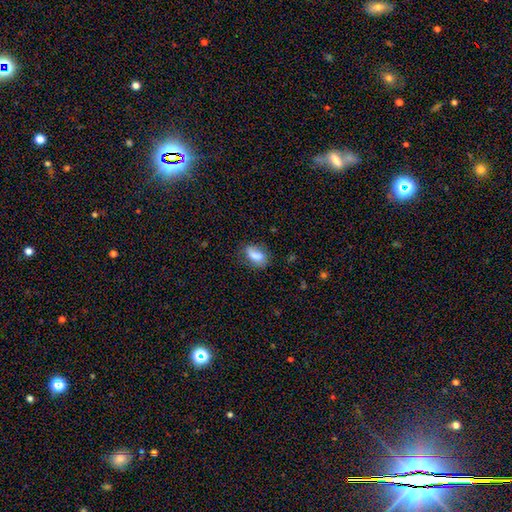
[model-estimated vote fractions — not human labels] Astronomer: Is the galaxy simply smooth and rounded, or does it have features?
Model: smooth — 75%.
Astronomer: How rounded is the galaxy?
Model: in between — 83%.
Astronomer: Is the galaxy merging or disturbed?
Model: none — 56%.